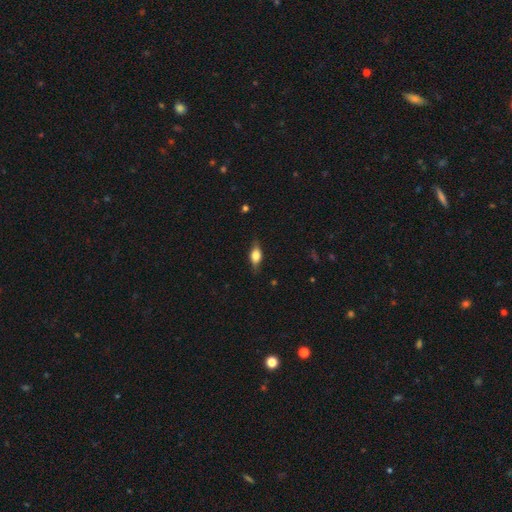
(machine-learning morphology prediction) Overall: smooth (65%; featured or disk 27%). How rounded: in between (78%). Merging: none (77%).